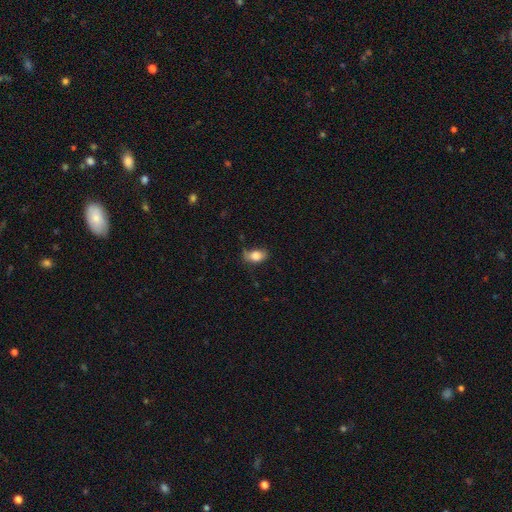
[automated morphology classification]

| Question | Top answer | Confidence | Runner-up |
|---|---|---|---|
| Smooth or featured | smooth | 81% | featured or disk (11%) |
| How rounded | in between | 85% | round (13%) |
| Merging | none | 52% | minor disturbance (34%) |